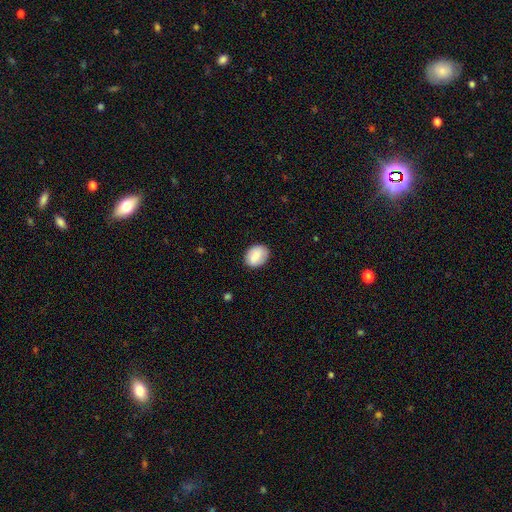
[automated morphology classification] smooth_or_featured: smooth (p=0.85) [alt: featured or disk p=0.09]
how_rounded: in between (p=0.61) [alt: round p=0.38]
merging: none (p=0.82) [alt: minor disturbance p=0.14]